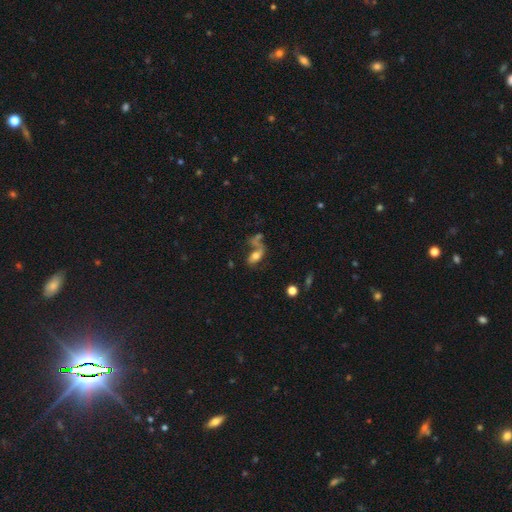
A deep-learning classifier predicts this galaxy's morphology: Overall: smooth (55%; featured or disk 33%). How rounded: in between (84%). Merging: merger (34%; none 28%).